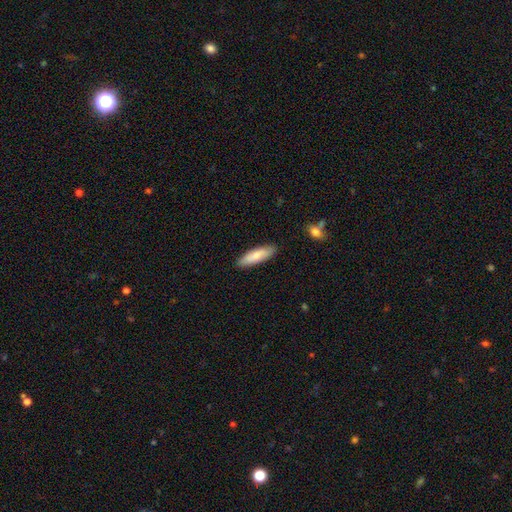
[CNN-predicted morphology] Smooth or featured? smooth (81%)
How rounded? cigar-shaped (53%)
Merging? none (88%)